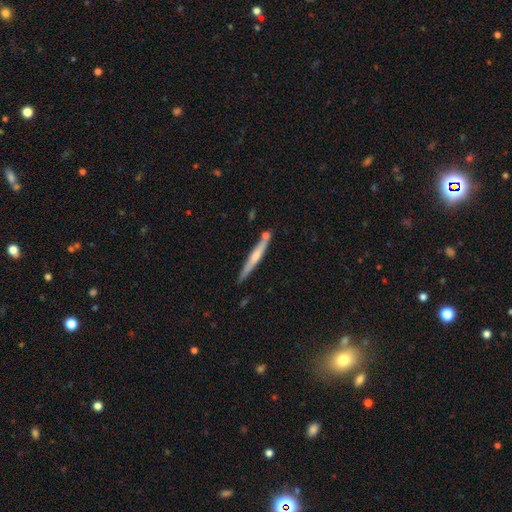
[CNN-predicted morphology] Smooth or featured?
  - featured or disk: 48% *
  - smooth: 46%
  - star or artifact: 5%
Merging?
  - none: 77% *
  - minor disturbance: 13%
  - merger: 8%
  - major disturbance: 2%